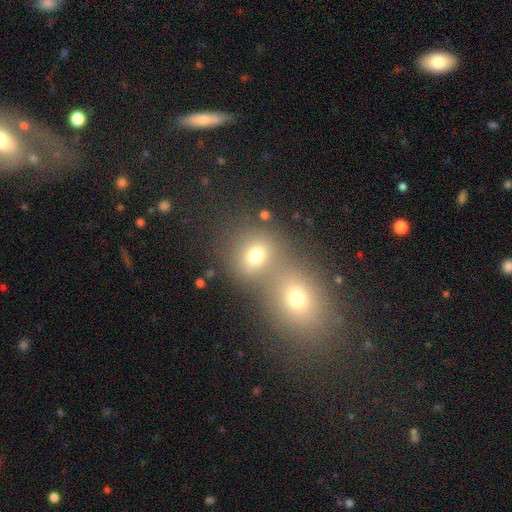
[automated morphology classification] type=smooth (72%); roundness=round (72%); merging=merger (51%).